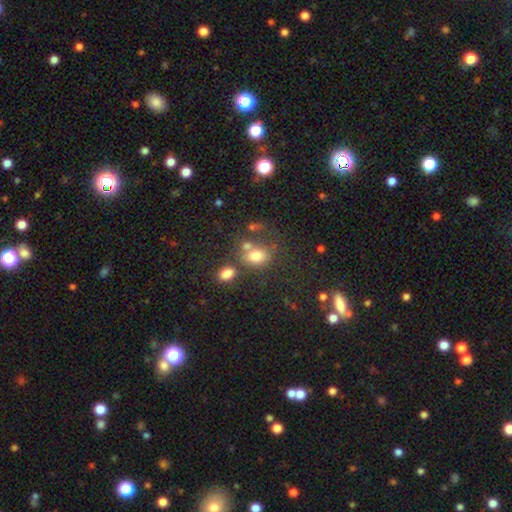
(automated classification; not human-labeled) Smooth or featured? smooth (72%)
How rounded? in between (62%)
Merging? none (43%)